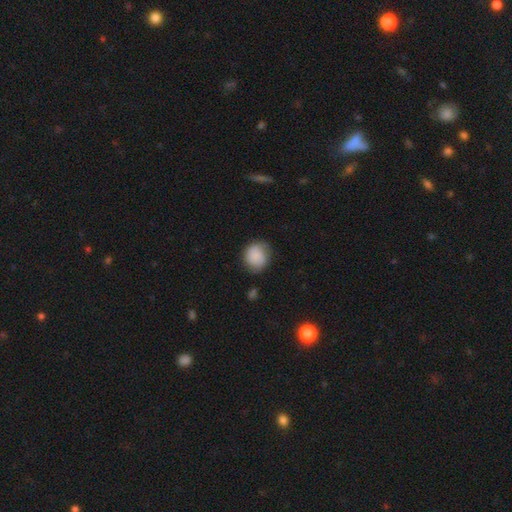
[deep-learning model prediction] smooth 78%, featured or disk 15%, star or artifact 8%. Down the decision tree: how rounded — round (79%); merging — none (69%).